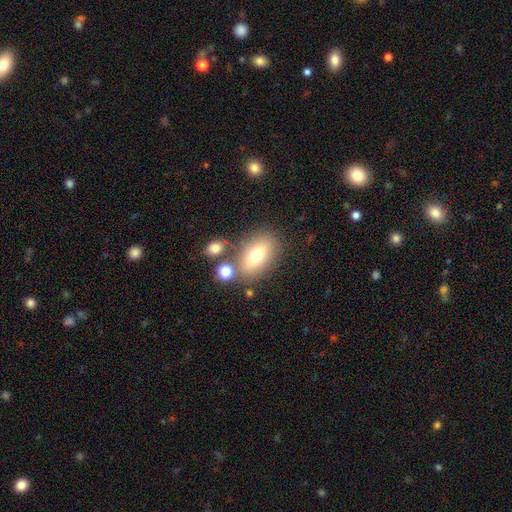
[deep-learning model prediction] Smooth or featured?
  - smooth: 71% *
  - featured or disk: 19%
  - star or artifact: 10%
How rounded?
  - in between: 84% *
  - round: 11%
  - cigar-shaped: 5%
Merging?
  - none: 72% *
  - minor disturbance: 13%
  - merger: 10%
  - major disturbance: 5%